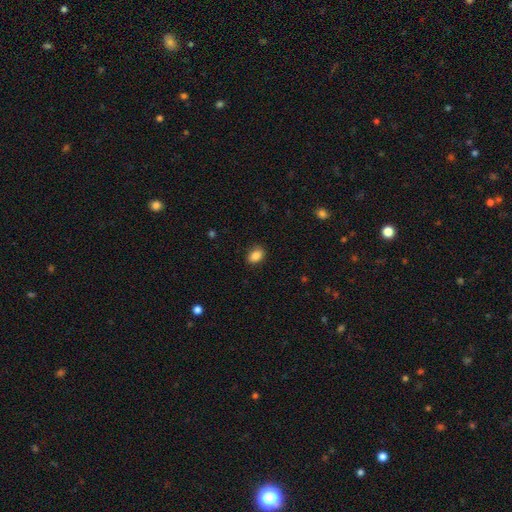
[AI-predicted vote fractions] smooth-or-featured: smooth: 86% | star or artifact: 9% | featured or disk: 6%
  how-rounded: in between: 80% | round: 19% | cigar-shaped: 1%
  merging: none: 86% | minor disturbance: 10% | major disturbance: 2% | merger: 1%